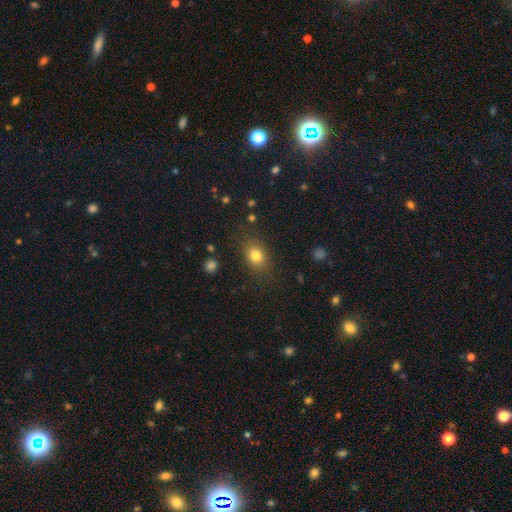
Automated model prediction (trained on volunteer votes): smooth 80%, star or artifact 11%, featured or disk 9%. Down the decision tree: how rounded — in between (60%); merging — none (80%).